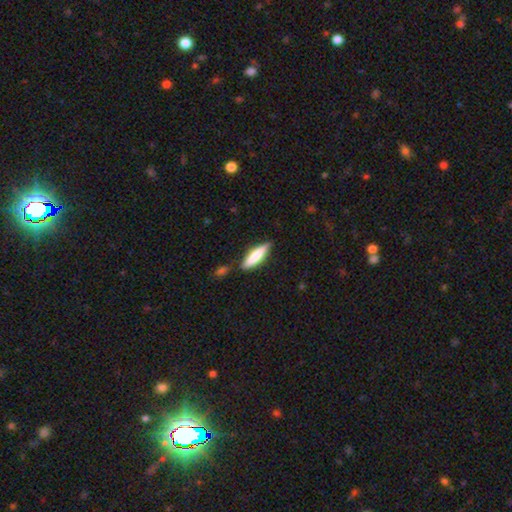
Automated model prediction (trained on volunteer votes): Smooth or featured?
  - smooth: 66% *
  - featured or disk: 28%
  - star or artifact: 6%
How rounded?
  - cigar-shaped: 71% *
  - in between: 28%
  - round: 2%
Merging?
  - none: 77% *
  - minor disturbance: 14%
  - merger: 5%
  - major disturbance: 4%